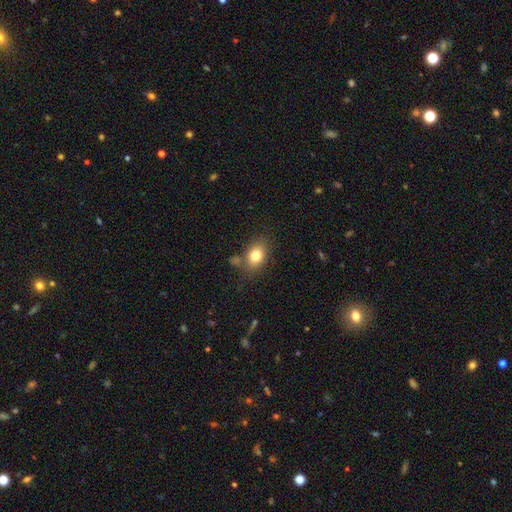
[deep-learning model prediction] This appears to be a smooth galaxy with no disk features (79%) that is in between round and cigar-shaped (71%). Merging: none (71%).